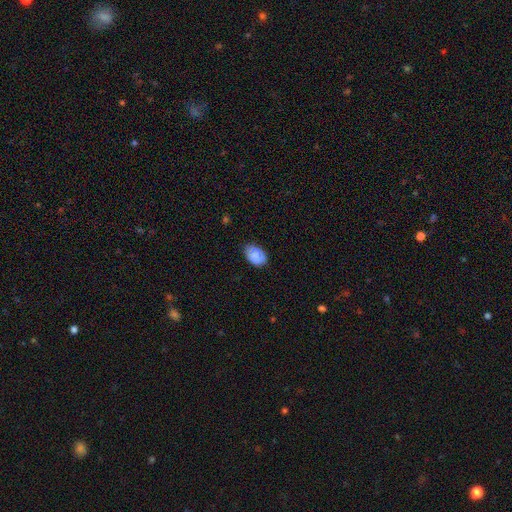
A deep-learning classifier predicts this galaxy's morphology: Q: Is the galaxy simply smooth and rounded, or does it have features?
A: smooth — 80%.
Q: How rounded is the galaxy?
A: in between — 86%.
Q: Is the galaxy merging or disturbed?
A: none — 74%.